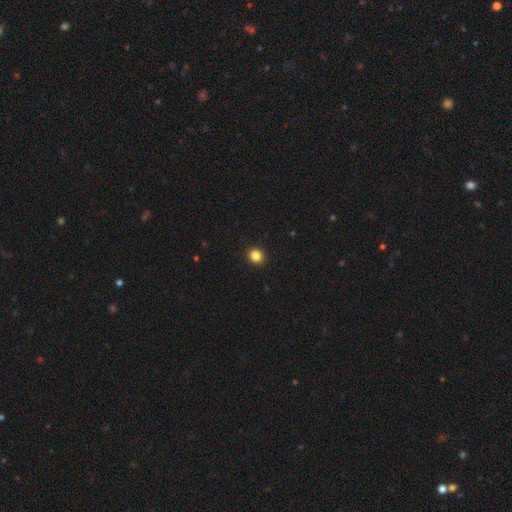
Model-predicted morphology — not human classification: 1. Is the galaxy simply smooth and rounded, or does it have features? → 84% smooth, 12% star or artifact, 4% featured or disk.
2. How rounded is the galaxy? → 82% round, 17% in between, 1% cigar-shaped.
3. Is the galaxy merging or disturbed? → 93% none, 5% minor disturbance, 2% major disturbance, 1% merger.